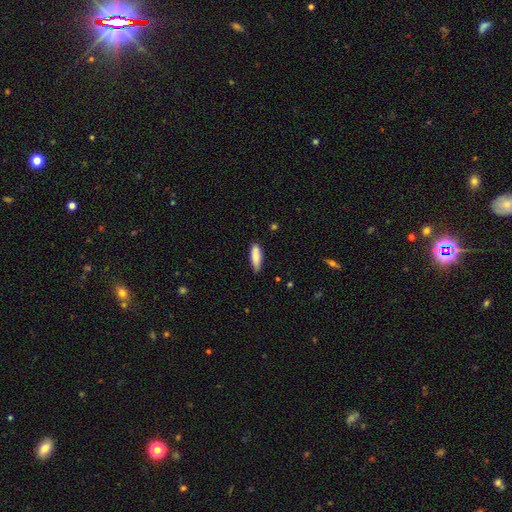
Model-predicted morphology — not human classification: smooth_or_featured: smooth (p=0.86) [alt: featured or disk p=0.08]
how_rounded: in between (p=0.50) [alt: cigar-shaped p=0.48]
merging: none (p=0.72) [alt: minor disturbance p=0.23]